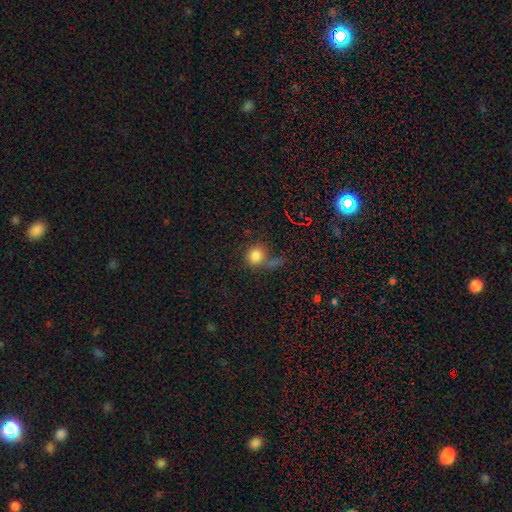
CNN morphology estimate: Smooth or featured?
  - smooth: 80% *
  - star or artifact: 13%
  - featured or disk: 8%
How rounded?
  - round: 78% *
  - in between: 21%
  - cigar-shaped: 1%
Merging?
  - none: 51% *
  - merger: 18%
  - minor disturbance: 16%
  - major disturbance: 15%